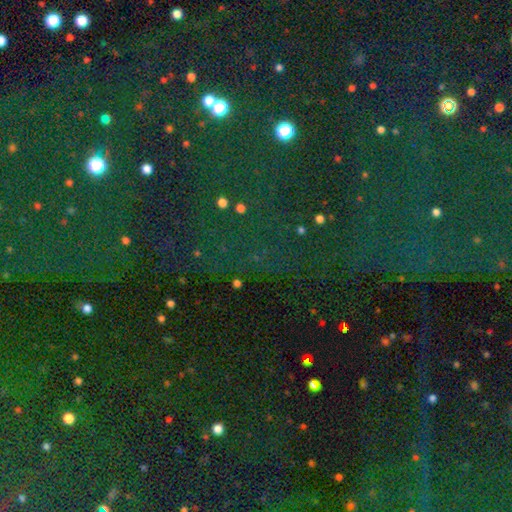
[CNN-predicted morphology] star or artifact 80%, smooth 13%, featured or disk 7%.